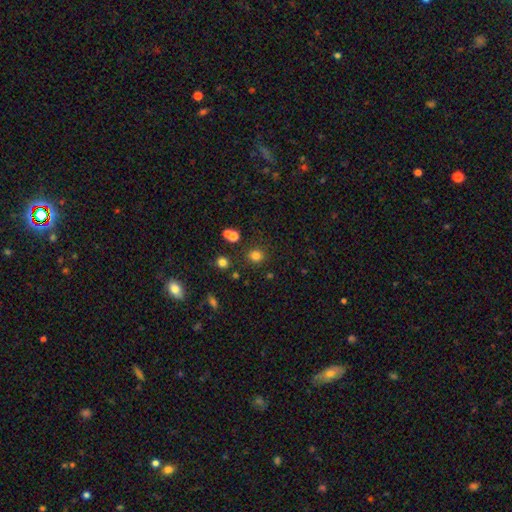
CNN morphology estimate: Smooth or featured? smooth (79%)
How rounded? round (81%)
Merging? none (83%)